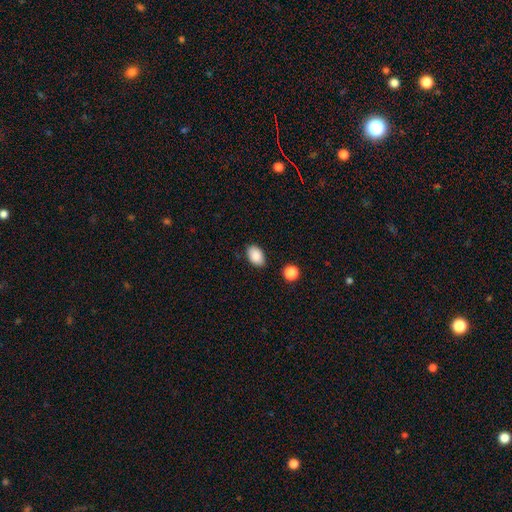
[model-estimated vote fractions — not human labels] Q: Smooth or featured?
A: smooth (88%); runner-up: star or artifact (8%)
Q: How rounded?
A: in between (88%); runner-up: round (10%)
Q: Merging?
A: none (85%); runner-up: minor disturbance (11%)